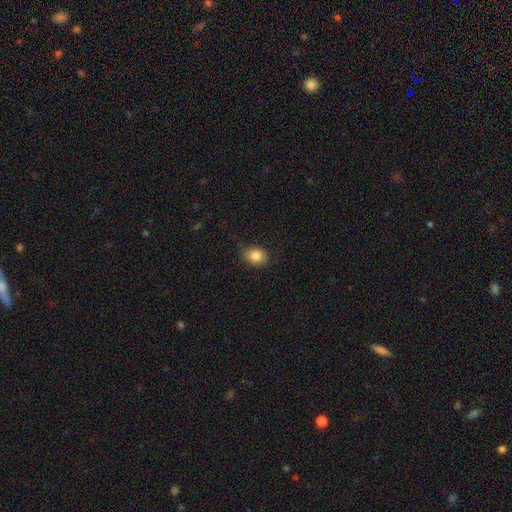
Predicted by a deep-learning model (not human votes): Morphology: type=smooth (84%); roundness=in between (57%); merging=none (80%).